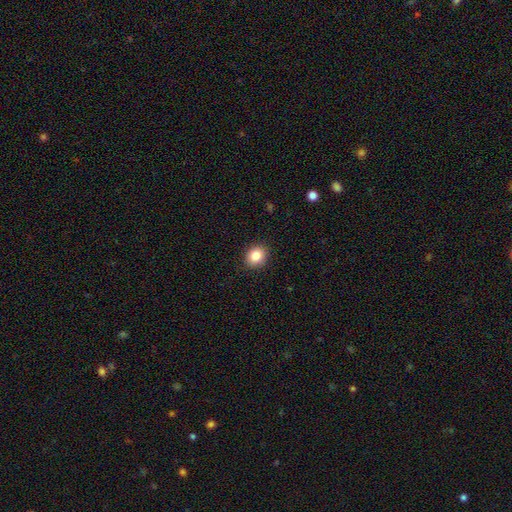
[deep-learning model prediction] The model was most divided on "how rounded": round: 62%, in between: 37%, cigar-shaped: 1%. More confident: merging — none (90%); smooth or featured — smooth (85%).